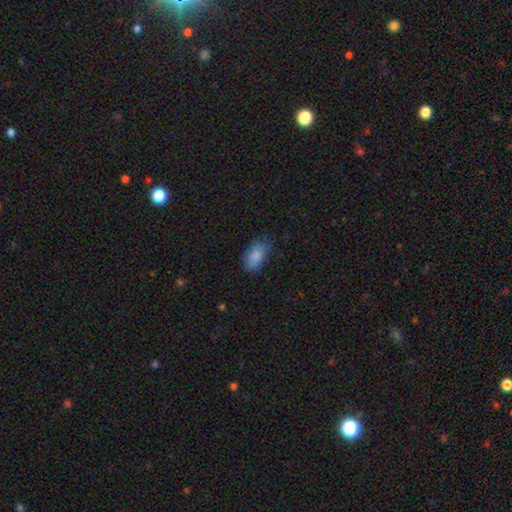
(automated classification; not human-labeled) The model was most divided on "merging": none: 65%, minor disturbance: 28%, major disturbance: 6%, merger: 1%. More confident: how rounded — in between (93%); smooth or featured — smooth (86%).